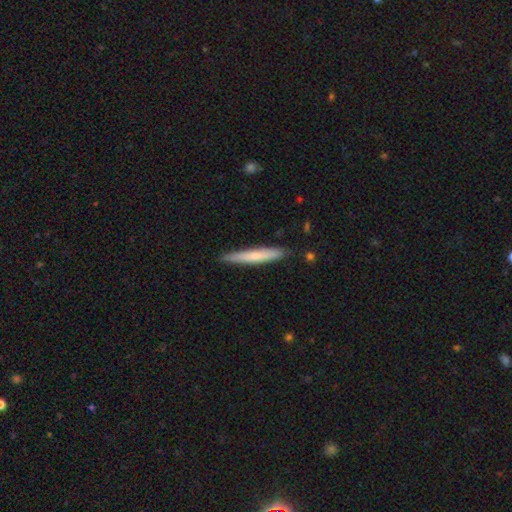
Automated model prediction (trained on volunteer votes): A smooth galaxy with no disk features (63%) that is cigar-shaped (95%).

Vote fractions:
- Smooth or featured? smooth: 63% / featured or disk: 31% / star or artifact: 6%
- How rounded? cigar-shaped: 95% / in between: 4% / round: 1%
- Merging? none: 88% / minor disturbance: 9% / major disturbance: 2% / merger: 1%